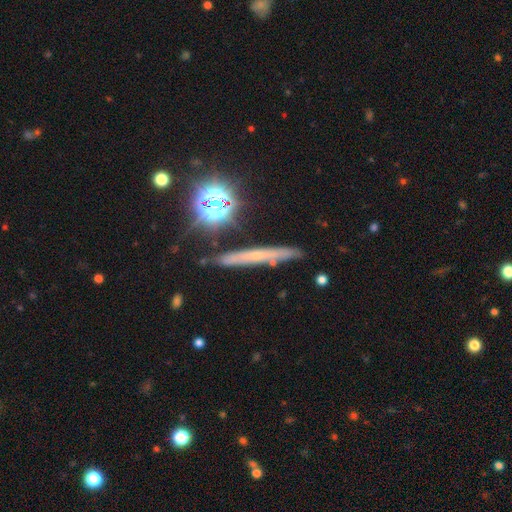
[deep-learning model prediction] A featured or disk galaxy (50%). Merging: none (82%).